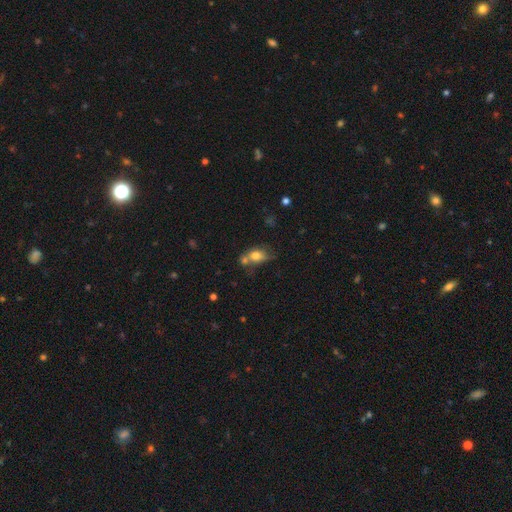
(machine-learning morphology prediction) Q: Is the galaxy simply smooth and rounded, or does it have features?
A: smooth — 75%.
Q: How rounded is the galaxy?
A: in between — 73%.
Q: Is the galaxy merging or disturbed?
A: merger — 39%.